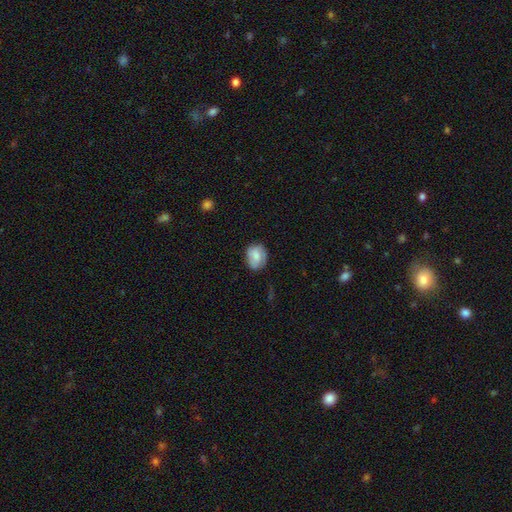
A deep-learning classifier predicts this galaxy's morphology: Smooth or featured: smooth — 70% (featured or disk — 23%)
How rounded: in between — 51% (round — 47%)
Merging: none — 72% (minor disturbance — 22%)